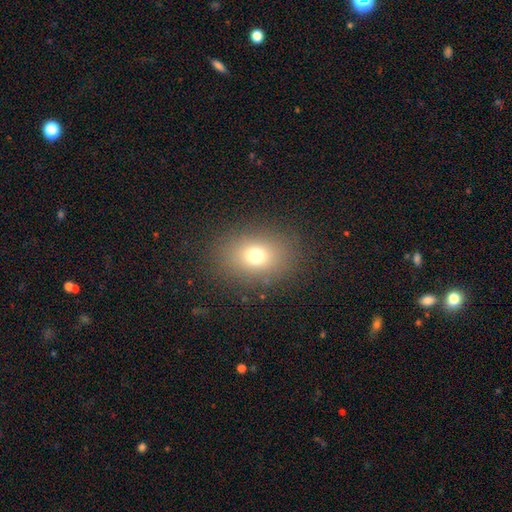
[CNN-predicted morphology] smooth_or_featured: smooth (p=0.73) [alt: star or artifact p=0.16]
how_rounded: in between (p=0.57) [alt: round p=0.42]
merging: none (p=0.86) [alt: minor disturbance p=0.09]